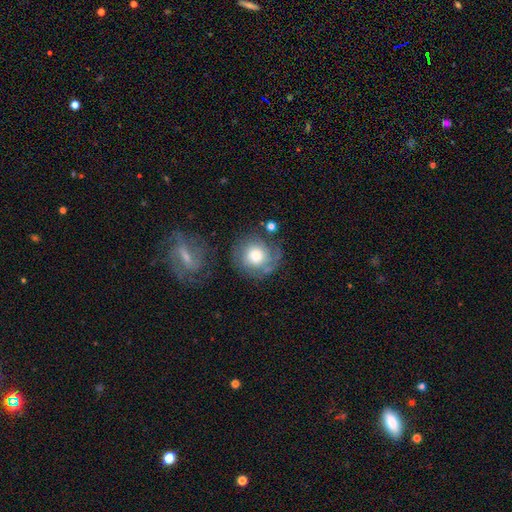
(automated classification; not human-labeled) A smooth galaxy with no disk features (56%) that is round (88%).

Vote fractions:
- Smooth or featured? smooth: 56% / featured or disk: 36% / star or artifact: 8%
- How rounded? round: 88% / in between: 11% / cigar-shaped: 1%
- Merging? none: 62% / minor disturbance: 19% / major disturbance: 12% / merger: 7%